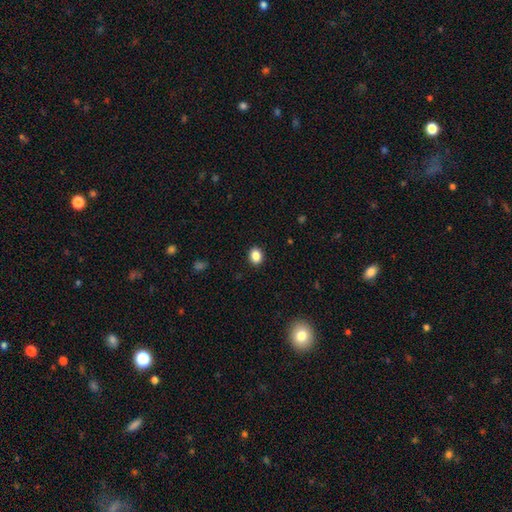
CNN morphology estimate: A smooth galaxy with no disk features (87%) that is round (52%).

Vote fractions:
- Smooth or featured? smooth: 87% / star or artifact: 10% / featured or disk: 3%
- How rounded? round: 52% / in between: 48% / cigar-shaped: 1%
- Merging? none: 91% / minor disturbance: 7% / major disturbance: 2% / merger: 1%